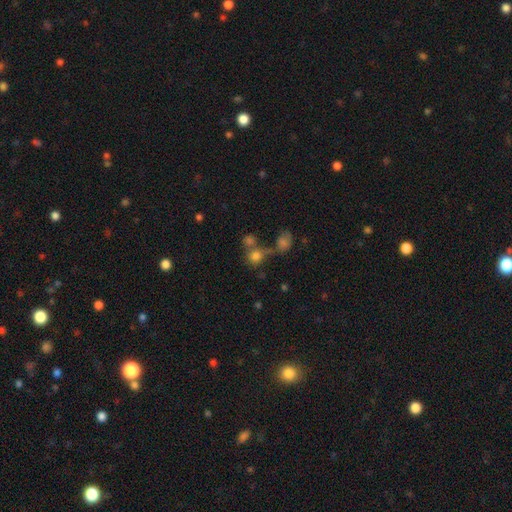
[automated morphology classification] smooth_or_featured: smooth (p=0.77) [alt: star or artifact p=0.14]
how_rounded: round (p=0.80) [alt: in between p=0.19]
merging: none (p=0.45) [alt: merger p=0.37]